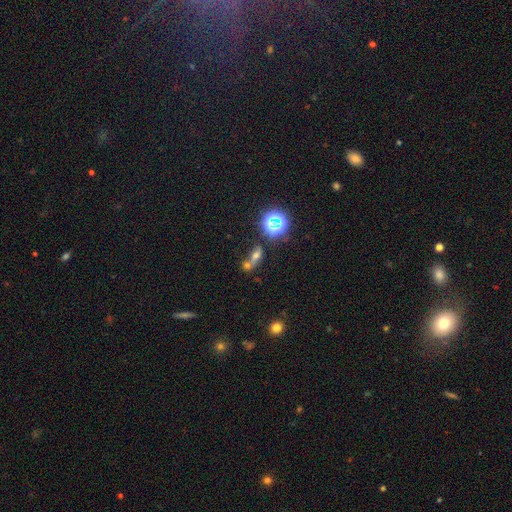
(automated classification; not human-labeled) Morphology: type=smooth (52%); roundness=in between (59%); merging=merger (60%).